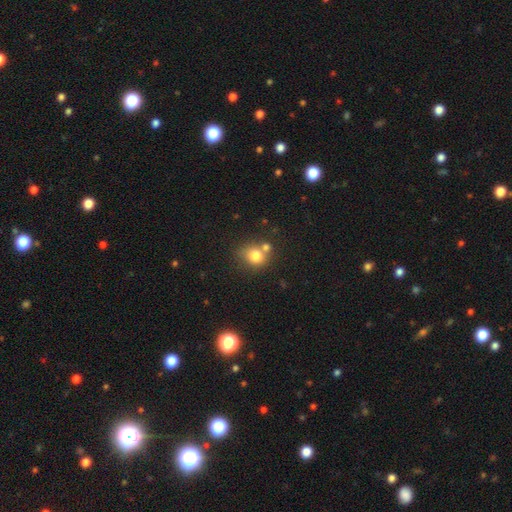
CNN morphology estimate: A smooth galaxy with no disk features (77%) that is round (74%).

Vote fractions:
- Smooth or featured? smooth: 77% / star or artifact: 11% / featured or disk: 11%
- How rounded? round: 74% / in between: 25% / cigar-shaped: 1%
- Merging? none: 53% / merger: 31% / minor disturbance: 12% / major disturbance: 5%